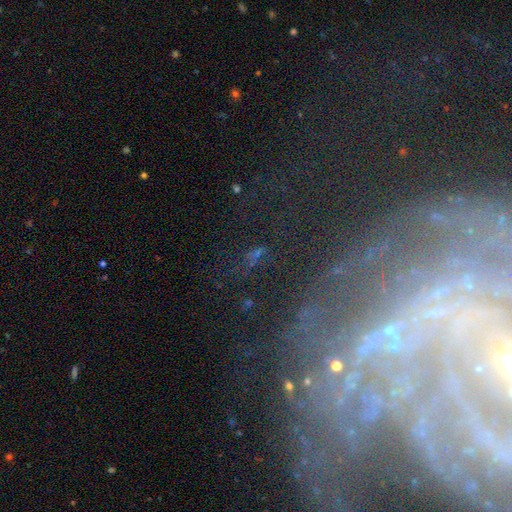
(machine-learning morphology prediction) type=star or artifact (42%).